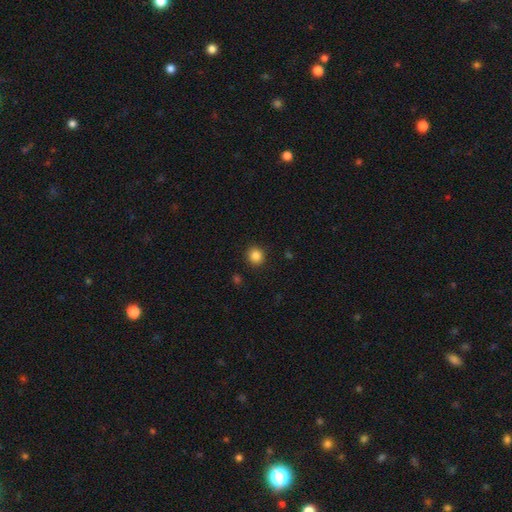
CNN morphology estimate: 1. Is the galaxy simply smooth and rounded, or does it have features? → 85% smooth, 11% star or artifact, 4% featured or disk.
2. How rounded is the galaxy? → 93% round, 7% in between, 1% cigar-shaped.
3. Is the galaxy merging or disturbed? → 91% none, 5% minor disturbance, 2% major disturbance, 1% merger.